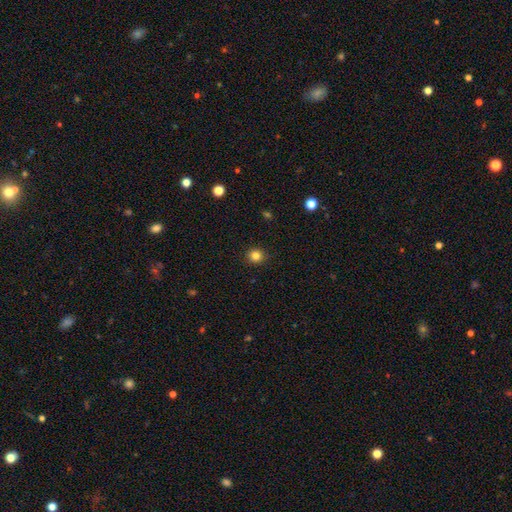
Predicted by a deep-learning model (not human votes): A smooth galaxy with no disk features (83%) that is round (87%). Merging: none (91%).